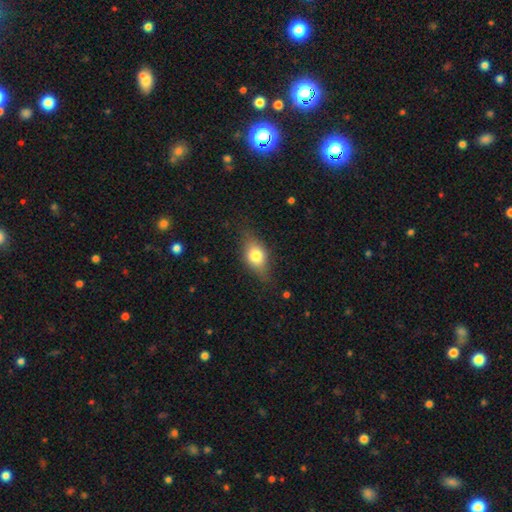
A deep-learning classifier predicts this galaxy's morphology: This is likely a smooth galaxy (67%). How rounded: likely in between (75%). Merging: likely none (72%).